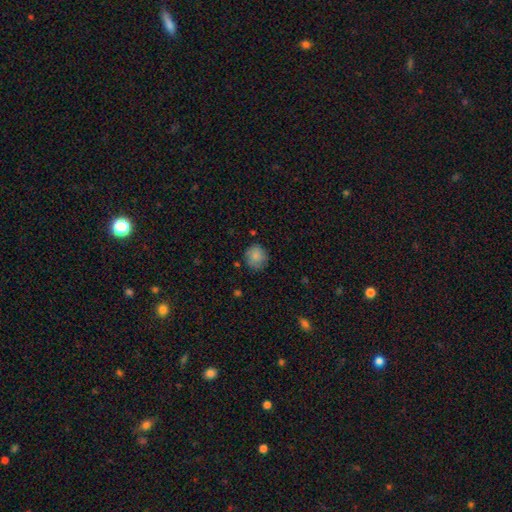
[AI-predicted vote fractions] smooth 83%, featured or disk 8%, star or artifact 8%. Down the decision tree: how rounded — round (84%); merging — none (78%).